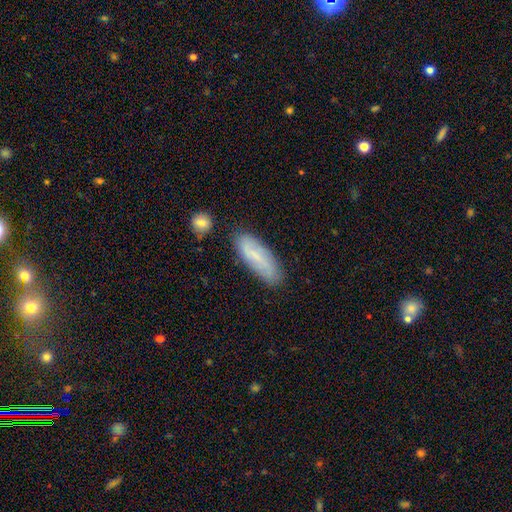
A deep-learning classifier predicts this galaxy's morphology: Smooth or featured: smooth — 55% (featured or disk — 37%)
How rounded: in between — 55% (cigar-shaped — 43%)
Merging: none — 79% (minor disturbance — 14%)